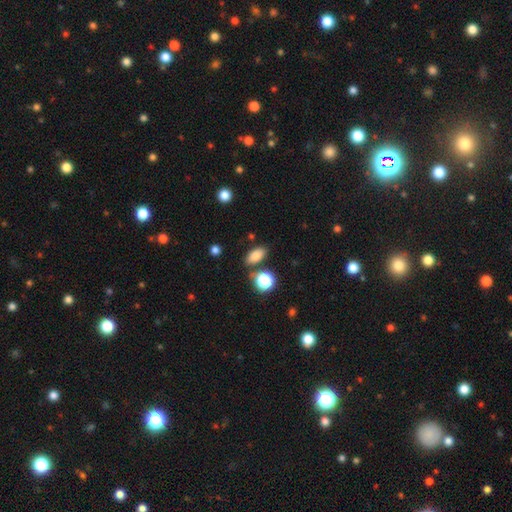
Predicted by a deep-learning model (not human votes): Smooth or featured? Predicted: smooth (p=0.81). How rounded? Predicted: in between (p=0.85). Merging? Predicted: none (p=0.78).